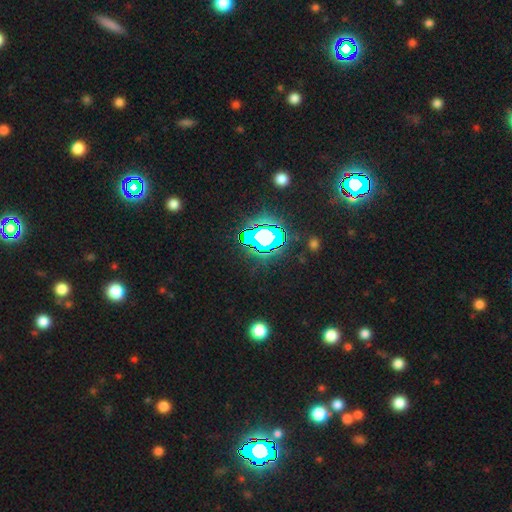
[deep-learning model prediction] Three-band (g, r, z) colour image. It shows a star or artifact, not a galaxy (79%).